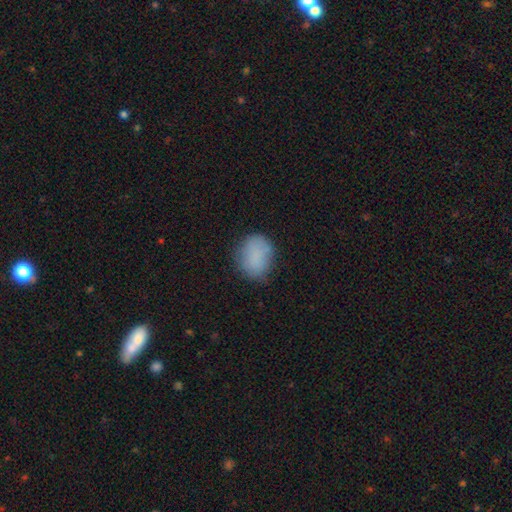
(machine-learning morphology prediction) type=smooth (83%); roundness=round (57%); merging=none (71%).